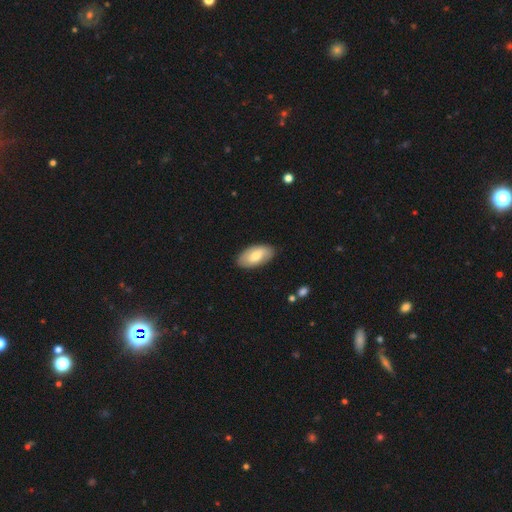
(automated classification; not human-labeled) Smooth or featured? Predicted: smooth (p=0.68). How rounded? Predicted: in between (p=0.94). Merging? Predicted: none (p=0.86).